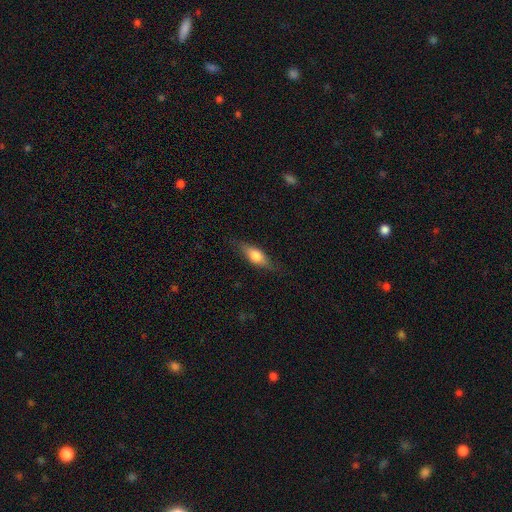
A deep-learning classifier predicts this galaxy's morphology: smooth_or_featured: smooth (p=0.59) [alt: featured or disk p=0.35]
how_rounded: in between (p=0.64) [alt: cigar-shaped p=0.31]
merging: none (p=0.79) [alt: minor disturbance p=0.16]